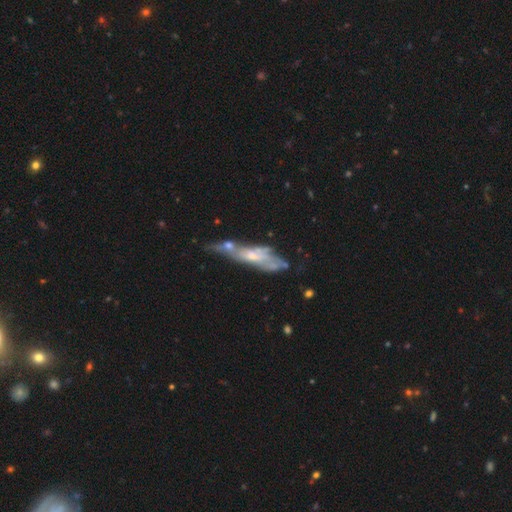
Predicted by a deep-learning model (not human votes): Morphology: type=featured or disk (63%); edge-on=no (68%); merging=none (29%, tied with merger).